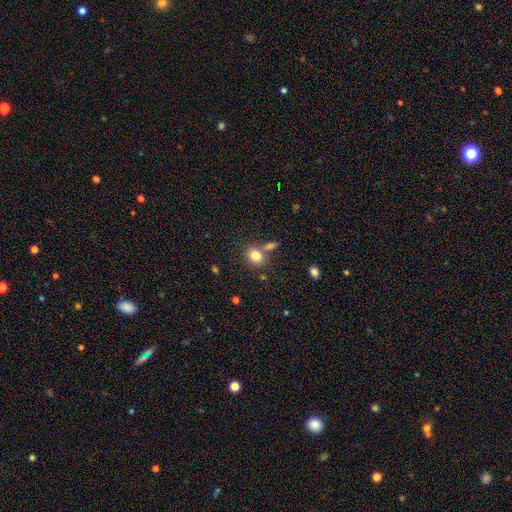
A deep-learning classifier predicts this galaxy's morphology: Q: Smooth or featured?
A: smooth (81%); runner-up: star or artifact (11%)
Q: How rounded?
A: in between (51%); runner-up: round (48%)
Q: Merging?
A: none (60%); runner-up: merger (24%)